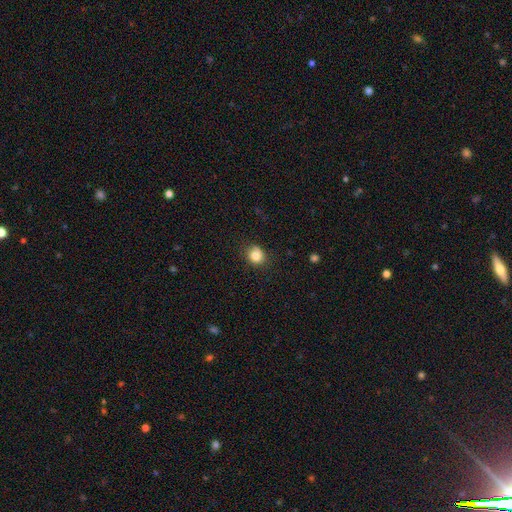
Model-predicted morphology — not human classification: smooth 82%, star or artifact 11%, featured or disk 7%. Down the decision tree: how rounded — round (74%); merging — none (76%).